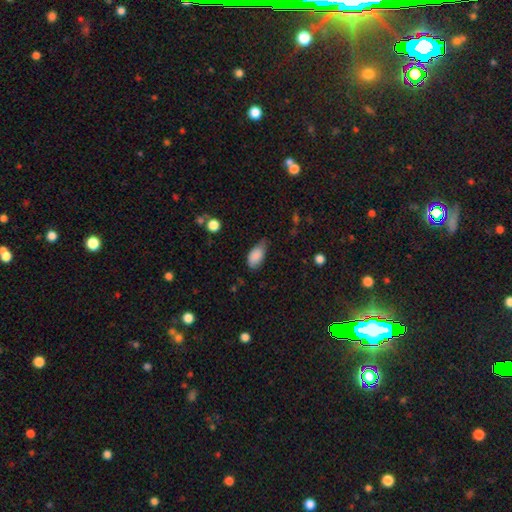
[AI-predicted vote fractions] Smooth or featured? smooth (86%)
How rounded? in between (92%)
Merging? none (48%)